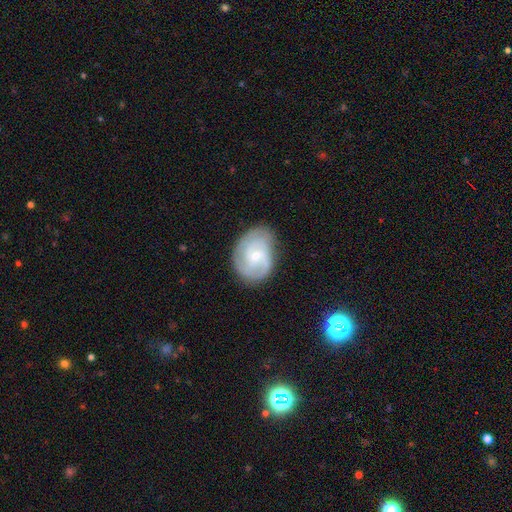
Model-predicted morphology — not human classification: This appears to be a featured or disk galaxy (78%) with no bar (61%), 2 (45%) tight (52%) spiral arms (94%) and a small central bulge (58%). Merging: none (72%).